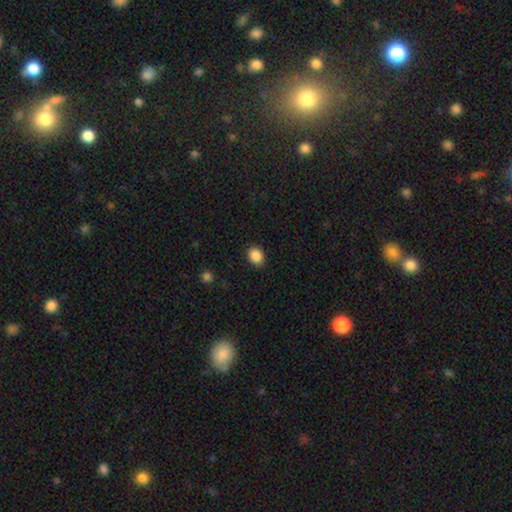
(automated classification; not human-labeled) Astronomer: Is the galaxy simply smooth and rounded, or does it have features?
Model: smooth — 89%.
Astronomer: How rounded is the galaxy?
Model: round — 51% (runner-up: in between, 48%).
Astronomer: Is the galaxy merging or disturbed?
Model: none — 88%.